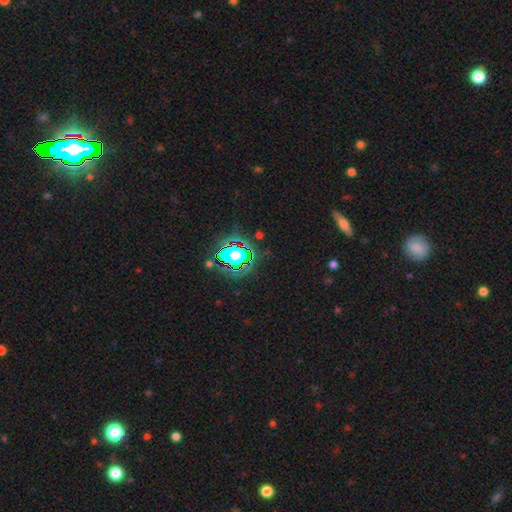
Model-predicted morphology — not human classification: This is likely a star or artifact rather than a galaxy (77%).